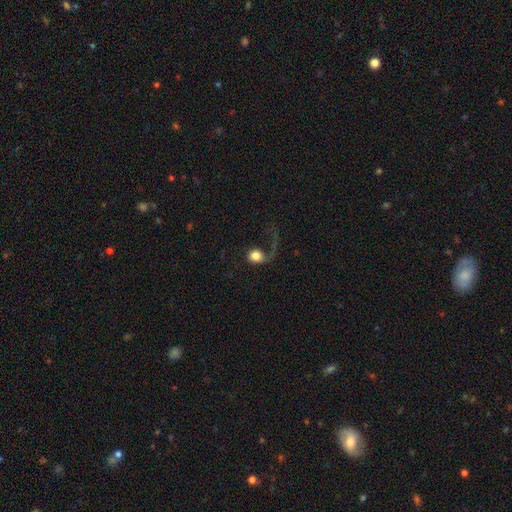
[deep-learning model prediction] Morphology: type=smooth (62%); roundness=round (70%); merging=major disturbance (53%).